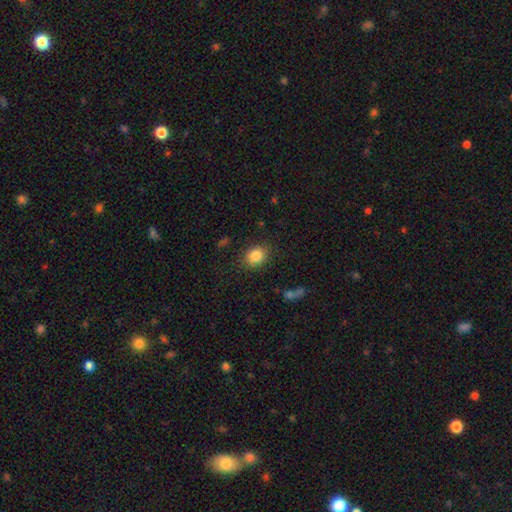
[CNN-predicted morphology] smooth-or-featured: smooth: 85% | star or artifact: 10% | featured or disk: 6%
  how-rounded: round: 61% | in between: 38% | cigar-shaped: 1%
  merging: none: 81% | minor disturbance: 13% | major disturbance: 4% | merger: 2%